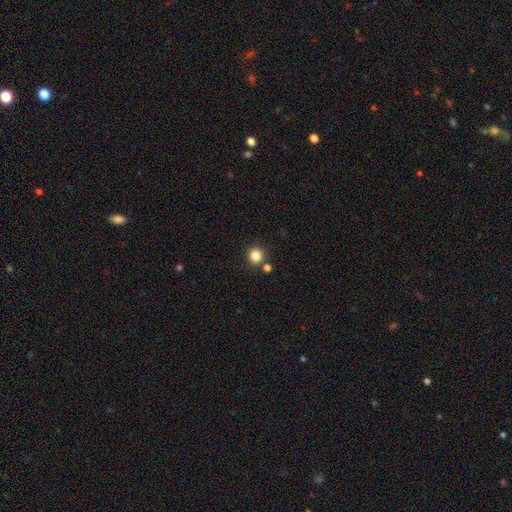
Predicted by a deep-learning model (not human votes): The model was most divided on "smooth or featured": smooth: 83%, star or artifact: 12%, featured or disk: 5%. More confident: how rounded — round (93%); merging — none (82%).